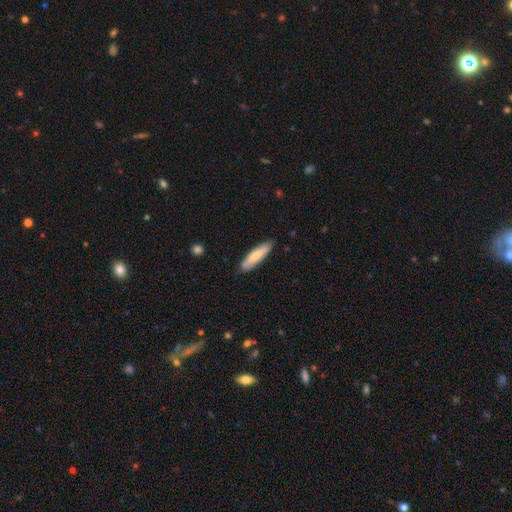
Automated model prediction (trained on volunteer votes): The model was most divided on "smooth or featured": smooth: 69%, featured or disk: 26%, star or artifact: 5%. More confident: merging — none (85%); how rounded — cigar-shaped (71%).